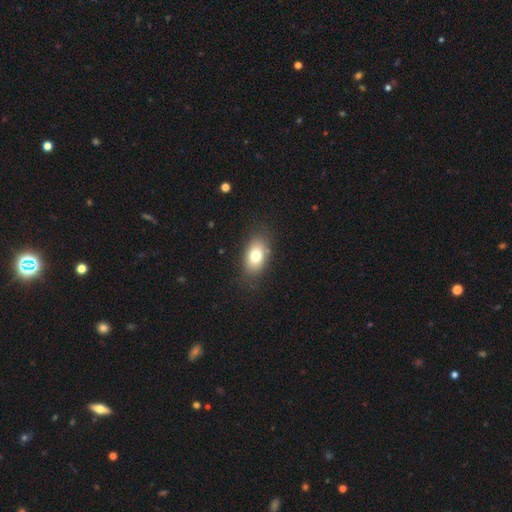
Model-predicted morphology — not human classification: Smooth or featured? smooth (76%)
How rounded? in between (87%)
Merging? none (82%)